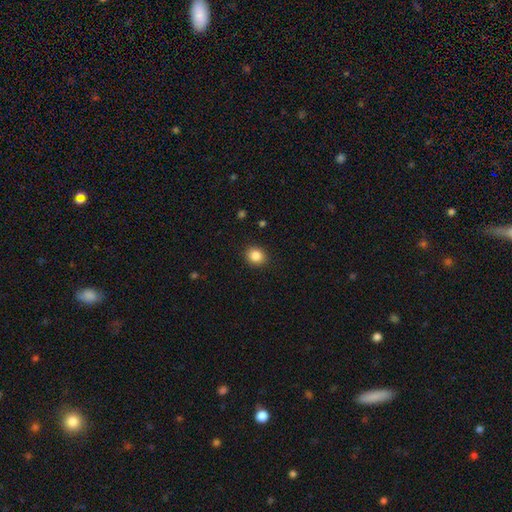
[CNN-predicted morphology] Smooth or featured?
  - smooth: 86% *
  - star or artifact: 10%
  - featured or disk: 4%
How rounded?
  - round: 75% *
  - in between: 24%
  - cigar-shaped: 1%
Merging?
  - none: 90% *
  - minor disturbance: 7%
  - major disturbance: 2%
  - merger: 1%